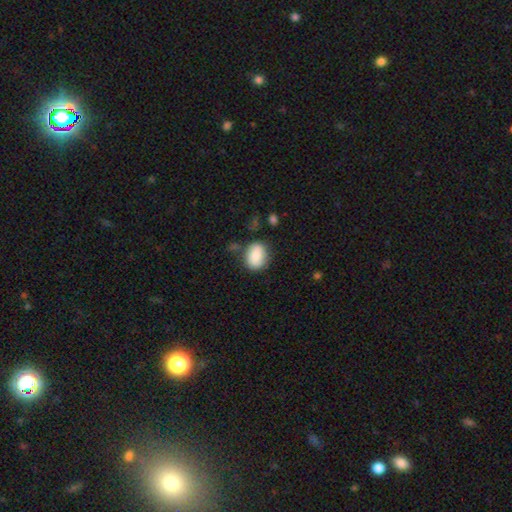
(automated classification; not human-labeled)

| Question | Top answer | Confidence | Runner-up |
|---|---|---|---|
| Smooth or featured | smooth | 83% | featured or disk (10%) |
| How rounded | in between | 63% | round (36%) |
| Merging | none | 71% | minor disturbance (19%) |